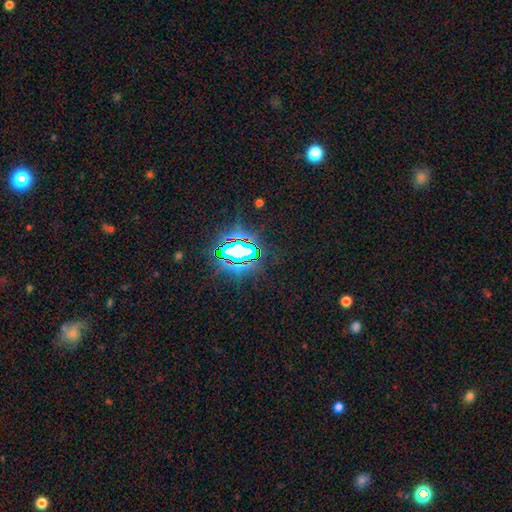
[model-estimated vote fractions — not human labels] star or artifact 82%, smooth 11%, featured or disk 7%.